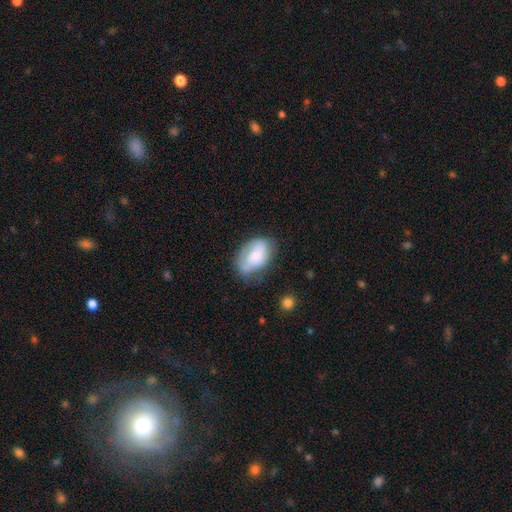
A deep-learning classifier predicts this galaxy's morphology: Smooth or featured? Predicted: smooth (p=0.59). How rounded? Predicted: in between (p=0.89). Merging? Predicted: none (p=0.50).